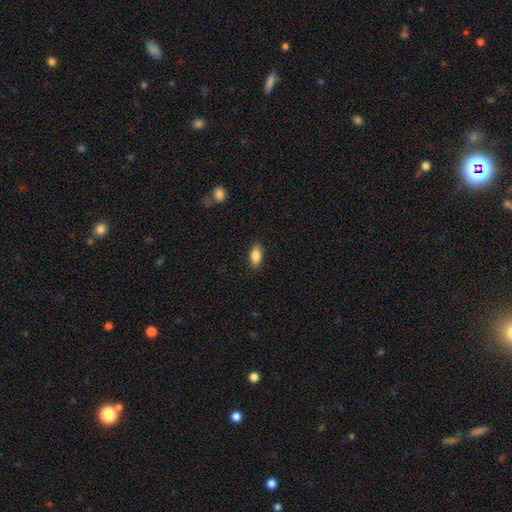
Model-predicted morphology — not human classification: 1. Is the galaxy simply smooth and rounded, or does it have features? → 85% smooth, 8% featured or disk, 7% star or artifact.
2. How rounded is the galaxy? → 89% in between, 7% cigar-shaped, 3% round.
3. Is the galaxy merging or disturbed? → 87% none, 9% minor disturbance, 2% major disturbance, 1% merger.